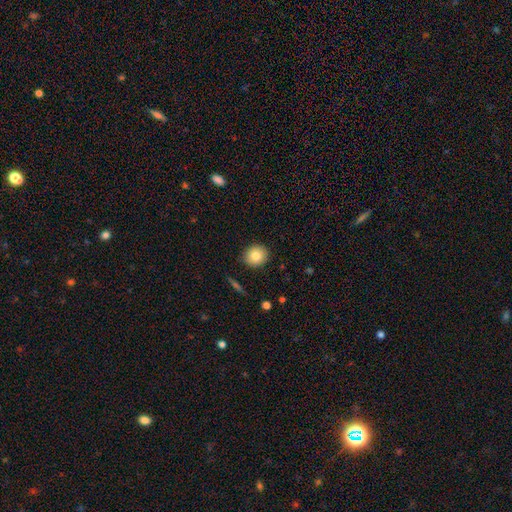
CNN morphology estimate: This is clearly a smooth galaxy (82%). How rounded: clearly round (84%). Merging: clearly none (89%).